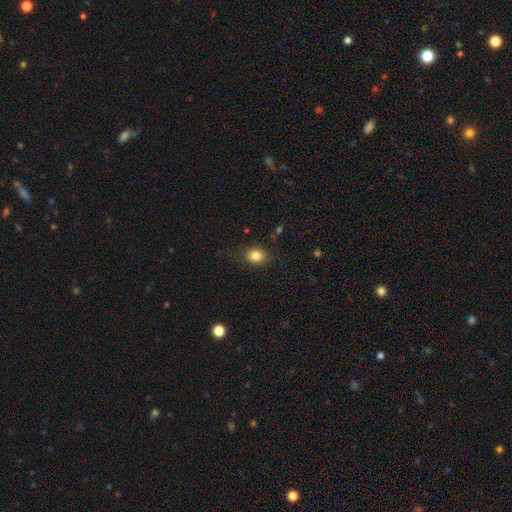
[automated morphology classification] type=smooth (83%); roundness=in between (50%); merging=none (84%).